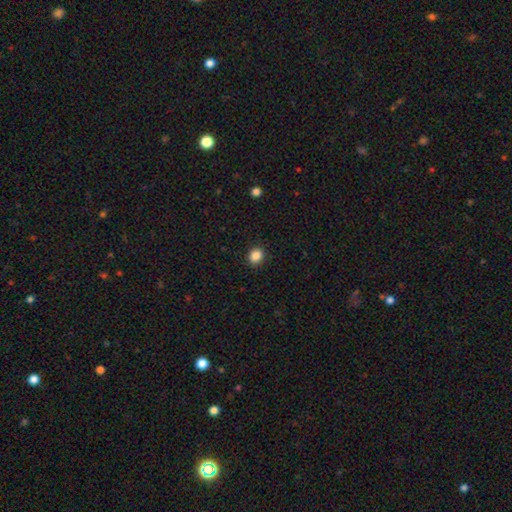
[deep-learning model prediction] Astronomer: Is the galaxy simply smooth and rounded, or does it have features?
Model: smooth — 86%.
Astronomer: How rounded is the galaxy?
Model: round — 69%.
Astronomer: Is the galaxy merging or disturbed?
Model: none — 90%.